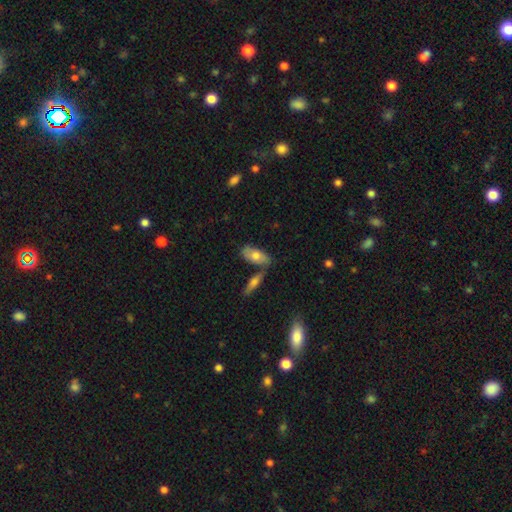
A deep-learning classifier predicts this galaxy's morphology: smooth_or_featured: smooth (p=0.65) [alt: featured or disk p=0.29]
how_rounded: in between (p=0.84) [alt: cigar-shaped p=0.13]
merging: none (p=0.58) [alt: merger p=0.22]